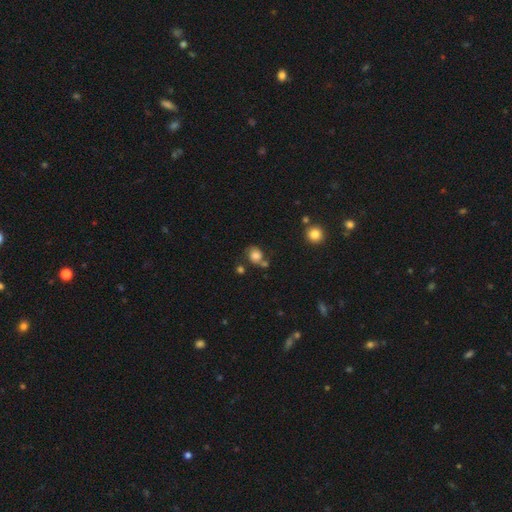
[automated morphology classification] Overall: smooth (74%). How rounded: round (68%; in between 31%). Merging: none (55%; minor disturbance 19%).